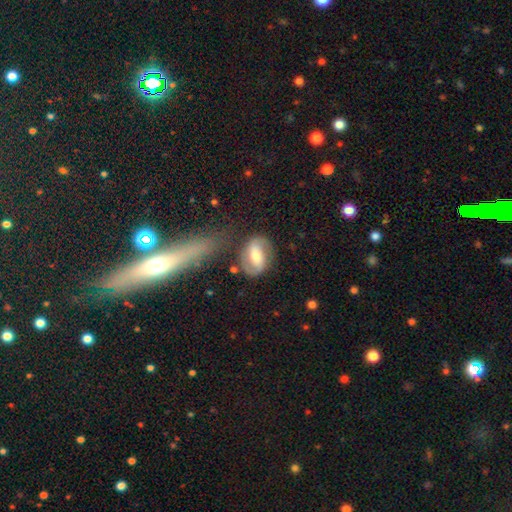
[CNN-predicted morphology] The model was most divided on "bar": strong: 39%, weak: 38%, no: 23%. Remaining: edge-on disk — no (96%); spiral arm count — 2 (89%); spiral arms — yes (88%); merging — none (69%); smooth or featured — featured or disk (67%); bulge size — moderate (50%); spiral winding — medium (45%).